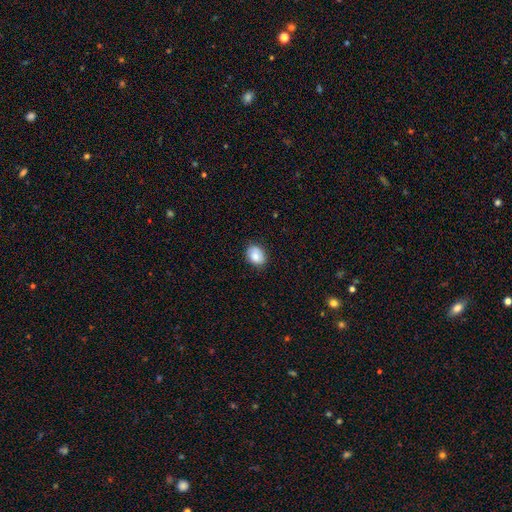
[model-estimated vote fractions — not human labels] Q: Smooth or featured?
A: smooth (82%); runner-up: featured or disk (10%)
Q: How rounded?
A: in between (65%); runner-up: round (34%)
Q: Merging?
A: none (82%); runner-up: minor disturbance (15%)